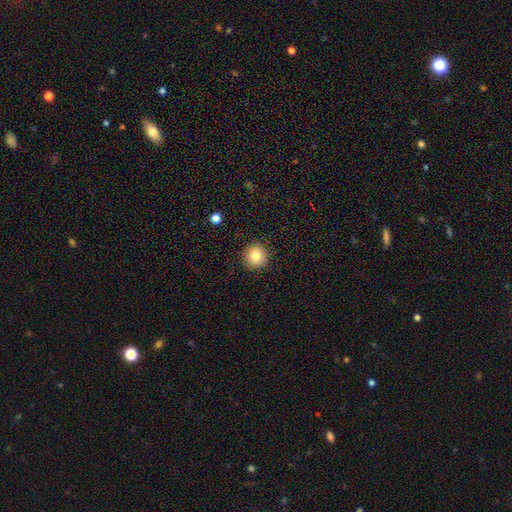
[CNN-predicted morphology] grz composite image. It shows a smooth galaxy with no disk features (81%) that is round (92%). Merging: none (90%).